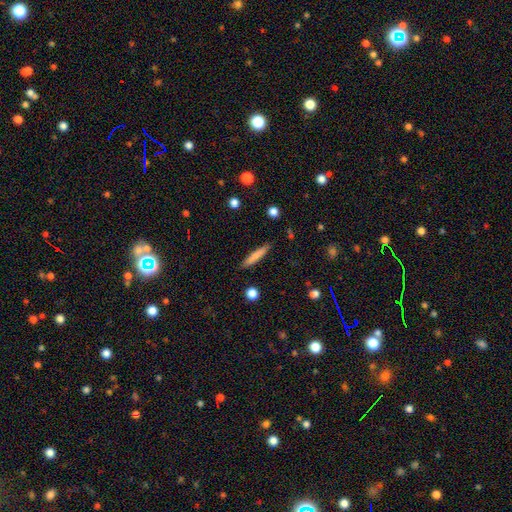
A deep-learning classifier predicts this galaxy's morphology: Smooth or featured?
  - smooth: 77% *
  - featured or disk: 17%
  - star or artifact: 7%
How rounded?
  - cigar-shaped: 93% *
  - in between: 6%
  - round: 1%
Merging?
  - none: 88% *
  - minor disturbance: 9%
  - major disturbance: 2%
  - merger: 1%